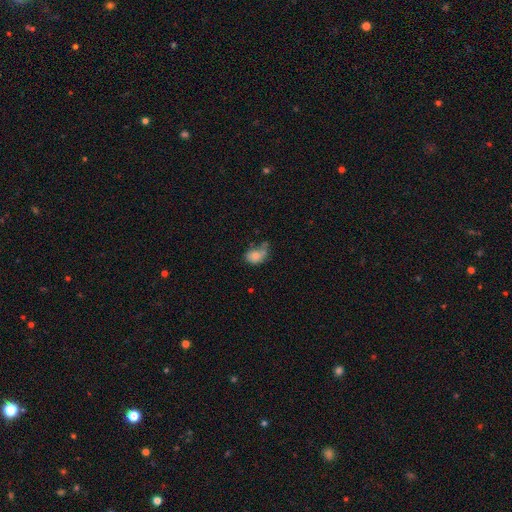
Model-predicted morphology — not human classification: smooth_or_featured: smooth (p=0.75) [alt: featured or disk p=0.15]
how_rounded: in between (p=0.67) [alt: round p=0.31]
merging: none (p=0.35) [alt: minor disturbance p=0.28]